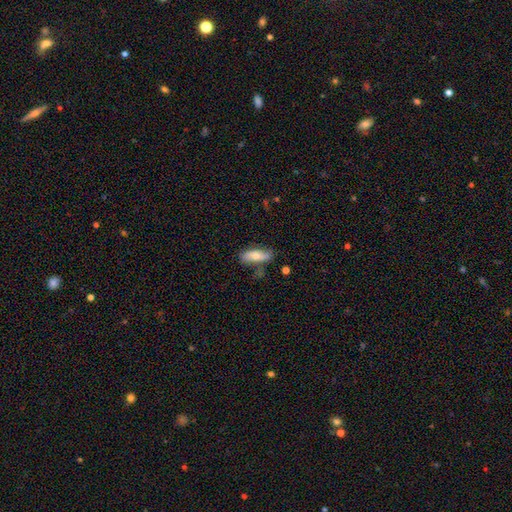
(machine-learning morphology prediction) Smooth or featured? Predicted: smooth (p=0.64). How rounded? Predicted: in between (p=0.66). Merging? Predicted: none (p=0.66).